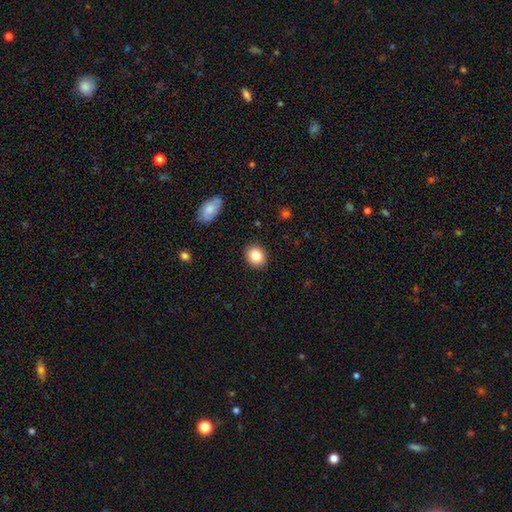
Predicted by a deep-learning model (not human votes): smooth_or_featured: smooth (p=0.85) [alt: star or artifact p=0.09]
how_rounded: round (p=0.64) [alt: in between p=0.35]
merging: none (p=0.90) [alt: minor disturbance p=0.07]